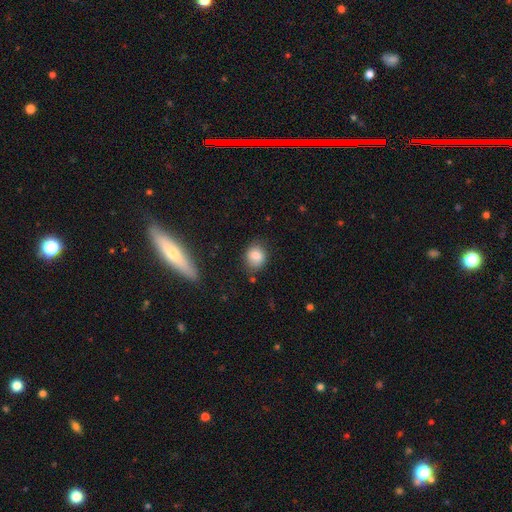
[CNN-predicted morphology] A smooth galaxy with no disk features (83%) that is round (63%). Merging: none (76%).